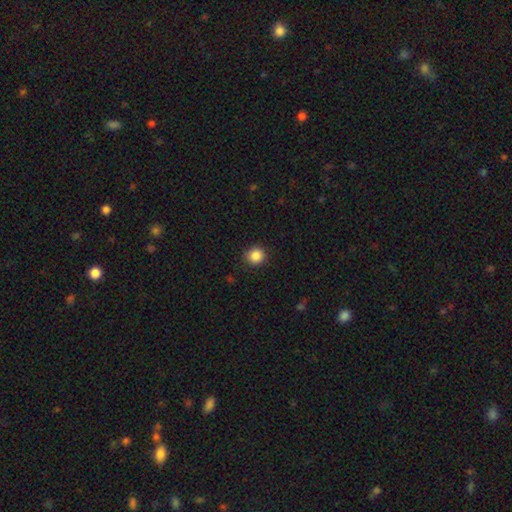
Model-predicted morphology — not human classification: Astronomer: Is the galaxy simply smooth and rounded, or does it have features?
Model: smooth — 87%.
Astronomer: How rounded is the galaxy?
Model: round — 91%.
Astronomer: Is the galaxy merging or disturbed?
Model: none — 90%.